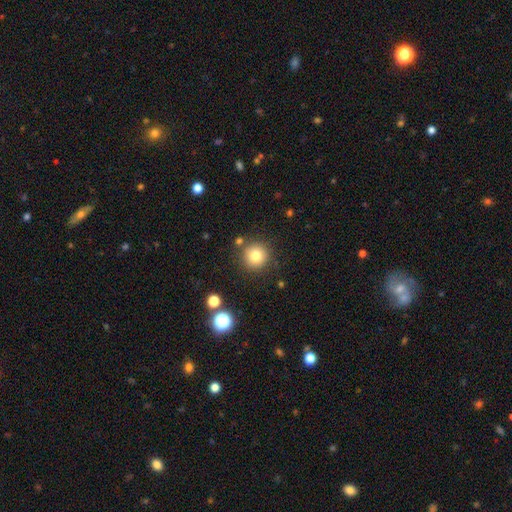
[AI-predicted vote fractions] Smooth or featured?
  - smooth: 79% *
  - star or artifact: 12%
  - featured or disk: 9%
How rounded?
  - round: 94% *
  - in between: 5%
  - cigar-shaped: 1%
Merging?
  - none: 84% *
  - minor disturbance: 9%
  - merger: 5%
  - major disturbance: 3%